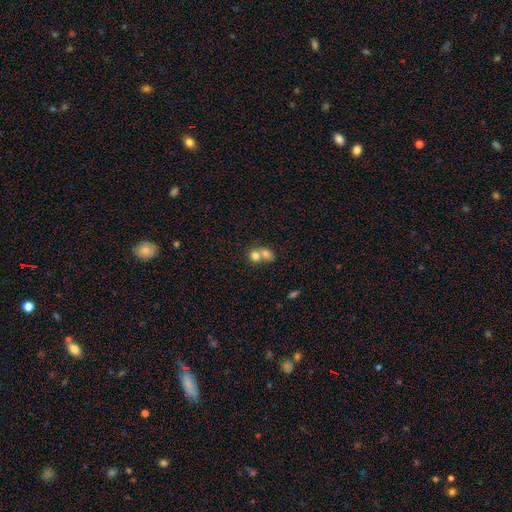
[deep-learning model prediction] Smooth or featured?
  - smooth: 76% *
  - featured or disk: 15%
  - star or artifact: 10%
How rounded?
  - round: 64% *
  - in between: 35%
  - cigar-shaped: 1%
Merging?
  - merger: 69% *
  - none: 23%
  - minor disturbance: 5%
  - major disturbance: 3%